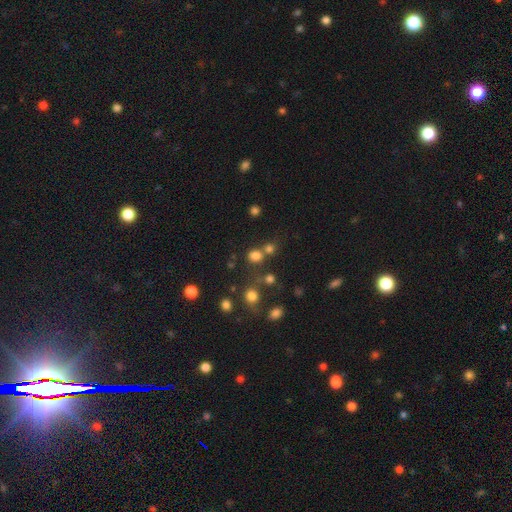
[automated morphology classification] A smooth galaxy with no disk features (74%) that is round (75%). Merging: none (61%).